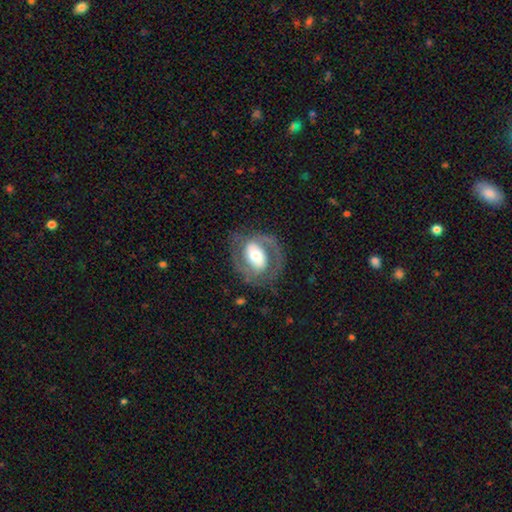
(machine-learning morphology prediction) Smooth or featured?
  - featured or disk: 76% *
  - smooth: 18%
  - star or artifact: 6%
Edge-on disk?
  - no: 96% *
  - yes: 4%
Bar?
  - strong: 35% *
  - weak: 33%
  - no: 32%
Spiral arms?
  - yes: 81% *
  - no: 19%
Spiral winding?
  - medium: 47% *
  - tight: 35%
  - loose: 18%
Spiral arm count?
  - 2: 78% *
  - 1: 11%
  - can't tell: 8%
  - 3: 2%
  - 4: 1%
  - more than 4: 1%
Bulge size?
  - moderate: 59% *
  - large: 22%
  - small: 15%
  - dominant: 3%
  - none: 1%
Merging?
  - none: 71% *
  - minor disturbance: 16%
  - major disturbance: 12%
  - merger: 1%